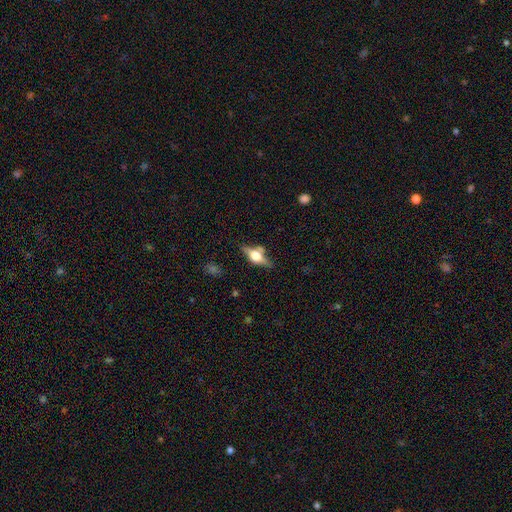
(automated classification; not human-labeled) Smooth or featured? featured or disk (58%)
Edge-on disk? yes (91%)
Edge-on bulge? rounded (94%)
Merging? none (72%)